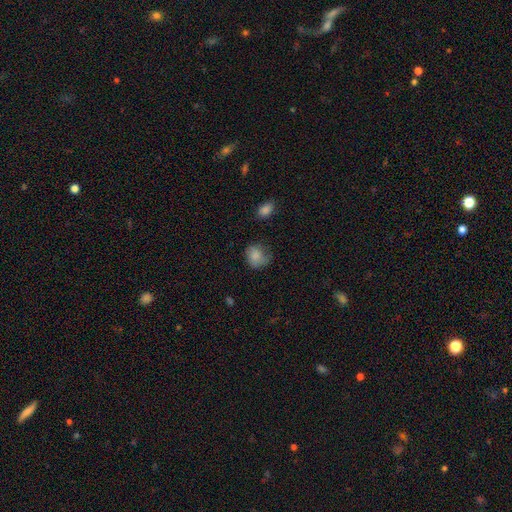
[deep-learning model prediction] This is clearly a smooth galaxy (80%). How rounded: likely round (67%). Merging: possibly none (51%).